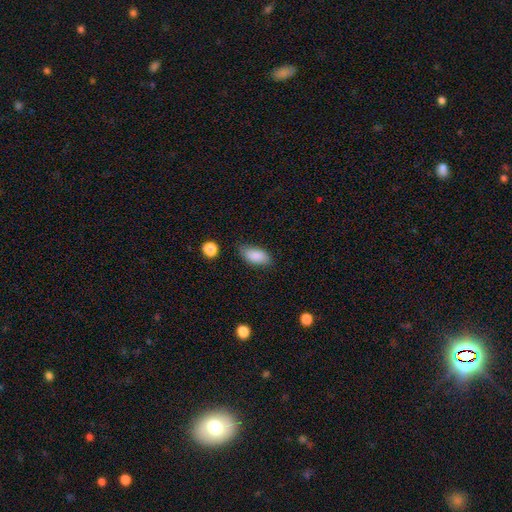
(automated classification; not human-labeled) The model was most divided on "merging": none: 73%, minor disturbance: 21%, major disturbance: 4%, merger: 2%. More confident: how rounded — in between (90%); smooth or featured — smooth (87%).